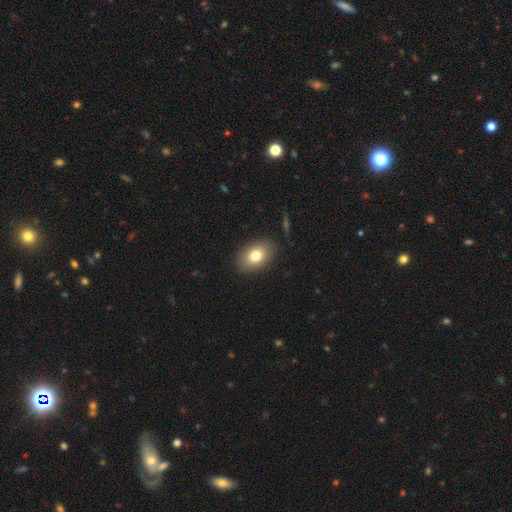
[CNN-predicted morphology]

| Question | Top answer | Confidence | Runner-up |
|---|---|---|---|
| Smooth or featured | smooth | 79% | featured or disk (12%) |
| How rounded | in between | 80% | round (19%) |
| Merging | none | 87% | minor disturbance (9%) |